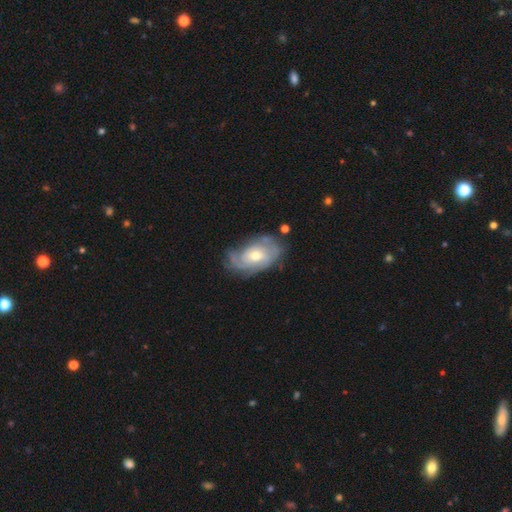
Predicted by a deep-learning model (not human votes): smooth-or-featured: featured or disk: 77% | smooth: 18% | star or artifact: 6%
  disk-edge-on: no: 95% | yes: 5%
    bar: no: 71% | weak: 25% | strong: 4%
    has-spiral-arms: yes: 87% | no: 13%
      spiral-winding: tight: 55% | medium: 31% | loose: 14%
      spiral-arm-count: can't tell: 43% | 2: 25% | 3: 14% | 1: 8% | 4: 5% | more than 4: 4%
    bulge-size: moderate: 62% | small: 32% | large: 4% | none: 1% | dominant: 1%
  merging: none: 59% | minor disturbance: 26% | major disturbance: 12% | merger: 2%